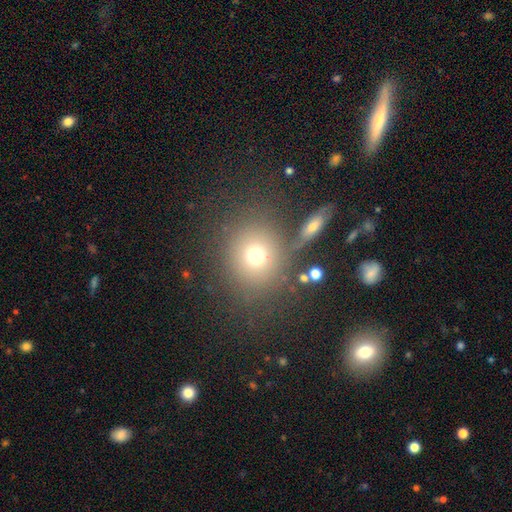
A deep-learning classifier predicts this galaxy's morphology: type=smooth (71%); roundness=round (79%); merging=none (73%).